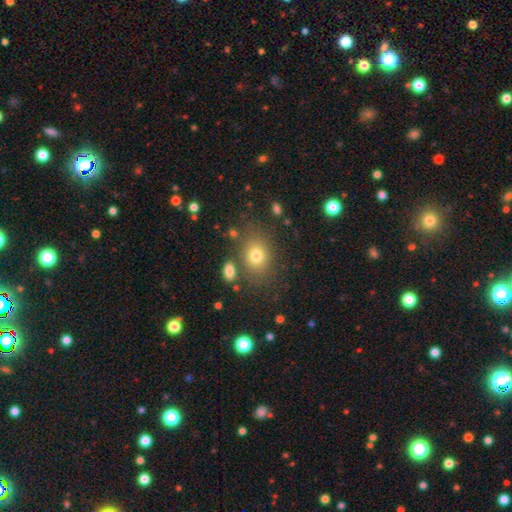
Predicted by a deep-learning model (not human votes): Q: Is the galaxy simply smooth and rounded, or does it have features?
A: smooth — 76%.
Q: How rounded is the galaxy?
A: in between — 56%.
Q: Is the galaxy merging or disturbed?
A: none — 76%.